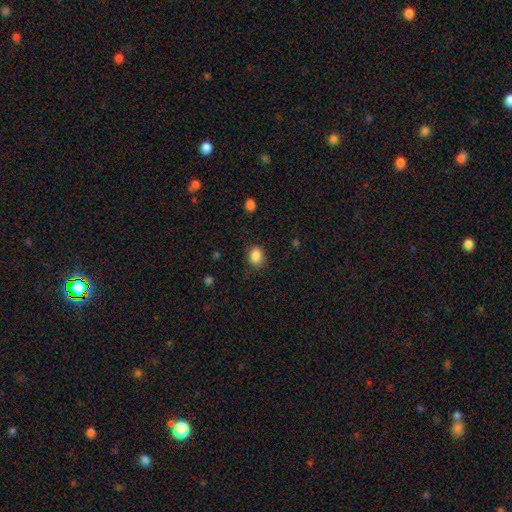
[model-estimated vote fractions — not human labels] smooth-or-featured: smooth: 86% | star or artifact: 9% | featured or disk: 4%
  how-rounded: in between: 63% | round: 36% | cigar-shaped: 1%
  merging: none: 80% | minor disturbance: 15% | major disturbance: 4% | merger: 1%